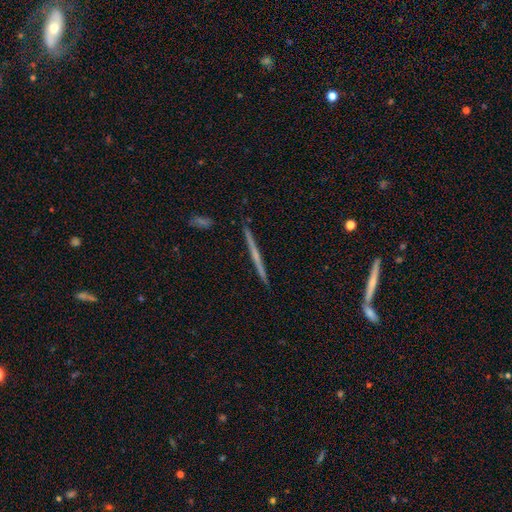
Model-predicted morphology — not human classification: Q: Smooth or featured?
A: featured or disk (67%); runner-up: smooth (26%)
Q: Edge-on disk?
A: yes (98%); runner-up: no (2%)
Q: Edge-on bulge?
A: none (61%); runner-up: rounded (32%)
Q: Merging?
A: none (90%); runner-up: minor disturbance (6%)